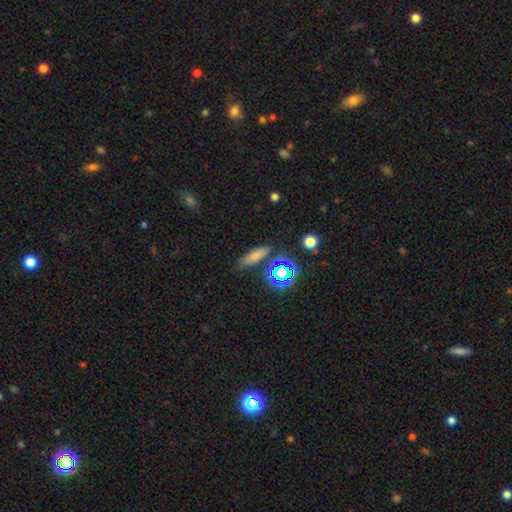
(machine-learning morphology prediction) smooth-or-featured: smooth: 67% | star or artifact: 20% | featured or disk: 13%
  how-rounded: cigar-shaped: 49% | in between: 43% | round: 8%
  merging: none: 76% | minor disturbance: 14% | merger: 5% | major disturbance: 4%